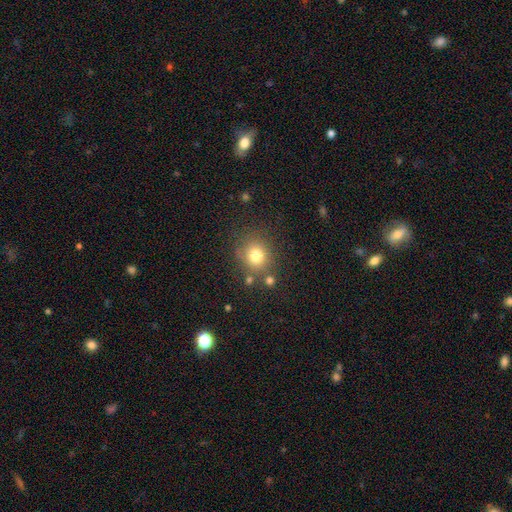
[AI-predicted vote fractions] Q: Smooth or featured?
A: smooth (78%); runner-up: star or artifact (14%)
Q: How rounded?
A: round (83%); runner-up: in between (16%)
Q: Merging?
A: none (76%); runner-up: minor disturbance (12%)